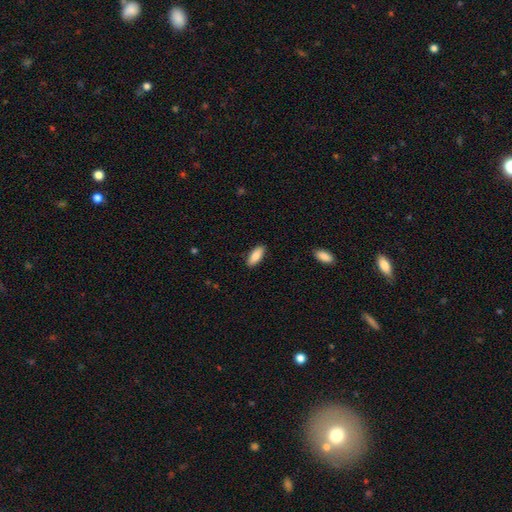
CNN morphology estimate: The model was most divided on "how rounded": in between: 76%, cigar-shaped: 22%, round: 2%. More confident: merging — none (88%); smooth or featured — smooth (86%).